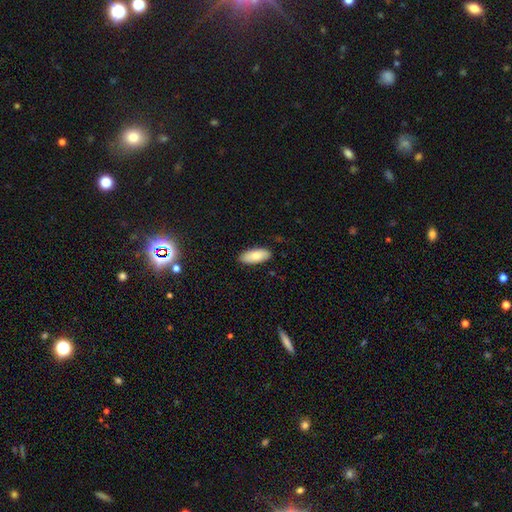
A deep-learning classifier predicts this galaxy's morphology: Overall: smooth (80%). How rounded: in between (86%). Merging: none (87%).